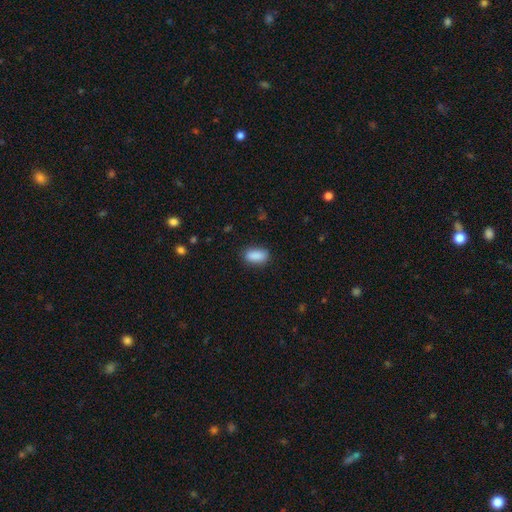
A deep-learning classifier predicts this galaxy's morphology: This appears to be a smooth galaxy with no disk features (89%) that is in between round and cigar-shaped (90%). Merging: none (84%).